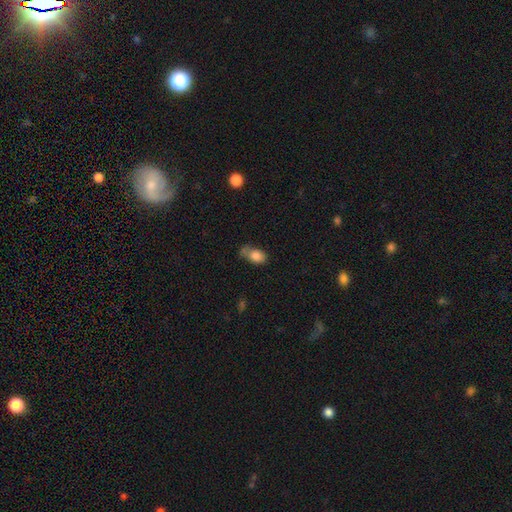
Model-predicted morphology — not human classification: This is clearly a smooth galaxy (82%). How rounded: clearly in between (82%). Merging: marginally none (36%).